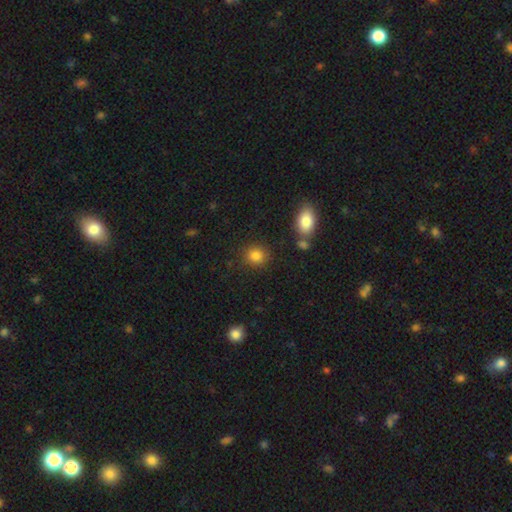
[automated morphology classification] type=smooth (85%); roundness=round (80%); merging=none (85%).